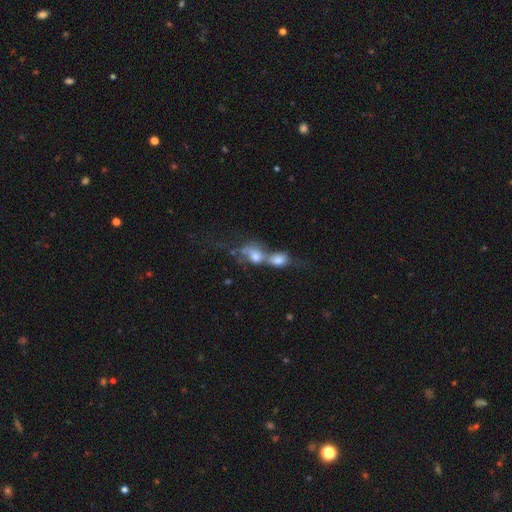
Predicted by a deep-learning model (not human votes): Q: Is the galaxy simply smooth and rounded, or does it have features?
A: smooth — 54%.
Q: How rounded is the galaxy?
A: in between — 52%.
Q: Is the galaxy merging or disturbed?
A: merger — 79%.